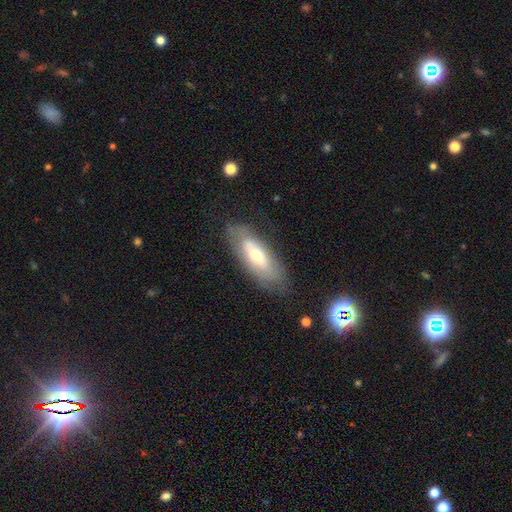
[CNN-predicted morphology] This appears to be a smooth galaxy with no disk features (49%). Merging: none (74%).